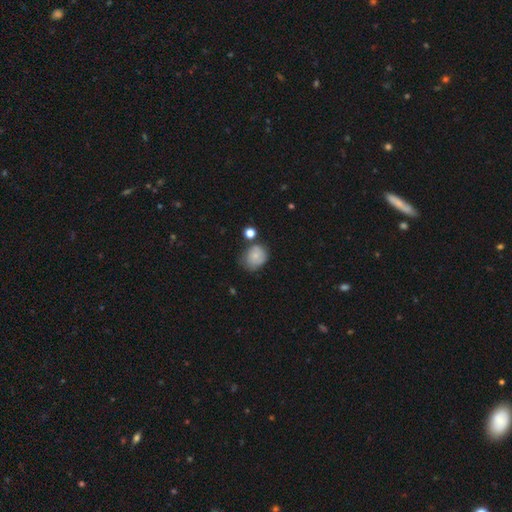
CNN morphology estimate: Overall: smooth (77%). How rounded: round (64%; in between 35%). Merging: none (55%; minor disturbance 29%).